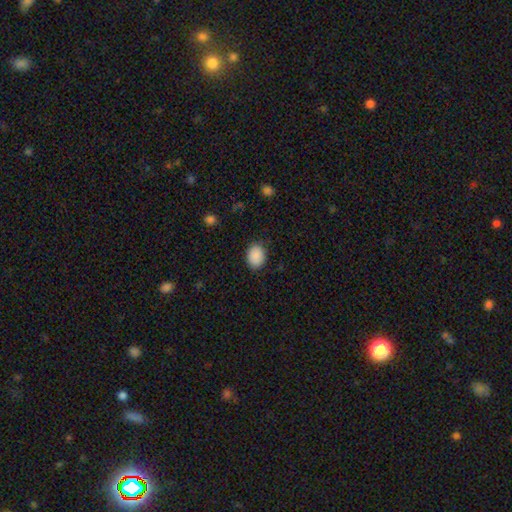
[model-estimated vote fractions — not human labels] This appears to be a smooth galaxy with no disk features (90%) that is in between round and cigar-shaped (66%). Merging: none (87%).